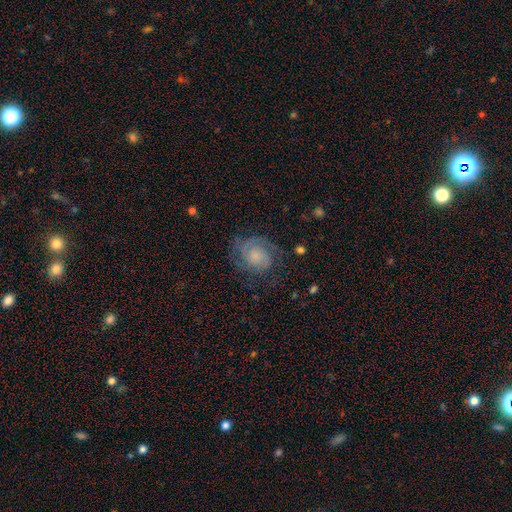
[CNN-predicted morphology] Smooth or featured: featured or disk — 71% (smooth — 20%)
Edge-on disk: no — 98% (yes — 2%)
Bar: no — 72% (weak — 23%)
Spiral arms: yes — 94% (no — 6%)
Spiral winding: tight — 57% (medium — 33%)
Spiral arm count: 2 — 56% (can't tell — 19%)
Bulge size: small — 33% (none — 31%)
Merging: none — 70% (minor disturbance — 18%)